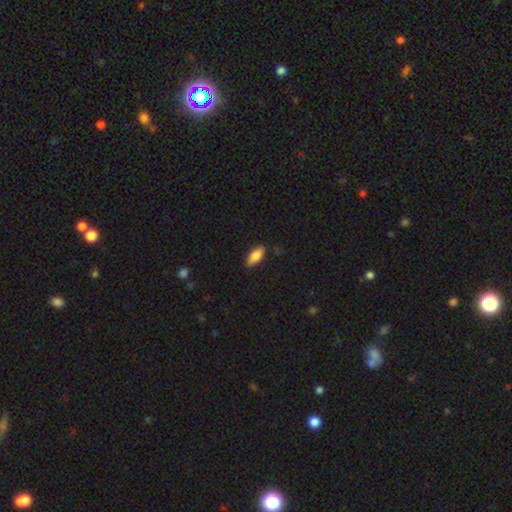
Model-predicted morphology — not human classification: Smooth or featured: smooth — 75% (featured or disk — 19%)
How rounded: in between — 78% (cigar-shaped — 20%)
Merging: none — 81% (minor disturbance — 15%)